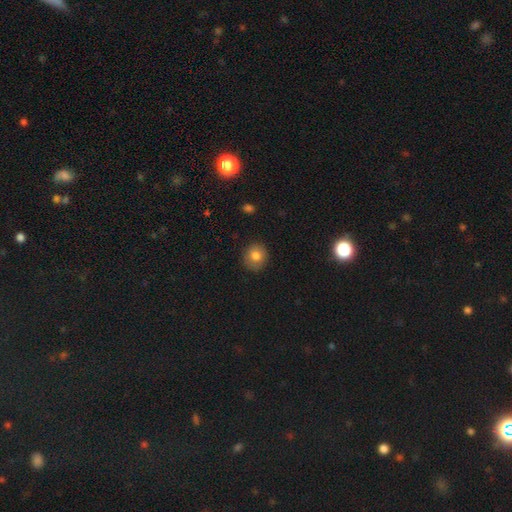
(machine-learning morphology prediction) The model was most divided on "smooth or featured": smooth: 80%, featured or disk: 10%, star or artifact: 10%. More confident: merging — none (88%); how rounded — round (86%).